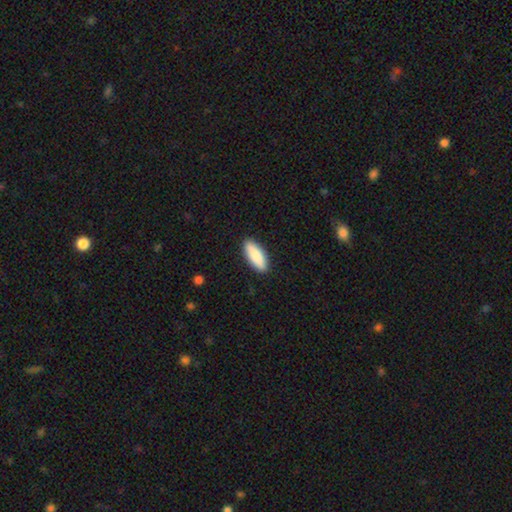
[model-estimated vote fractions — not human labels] Morphology: type=smooth (87%); roundness=in between (70%); merging=none (90%).